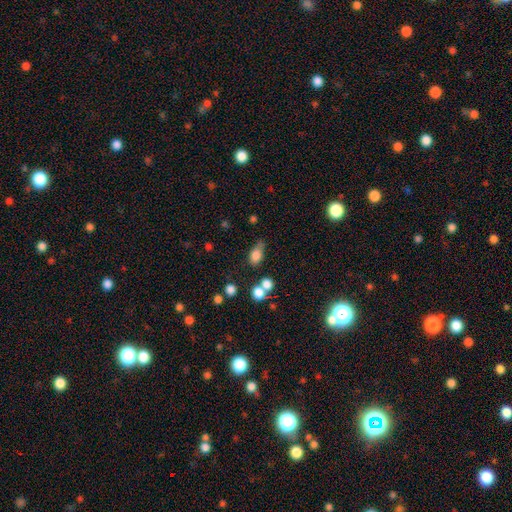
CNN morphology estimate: Q: Smooth or featured?
A: smooth (79%); runner-up: star or artifact (11%)
Q: How rounded?
A: in between (77%); runner-up: round (19%)
Q: Merging?
A: none (44%); runner-up: minor disturbance (30%)